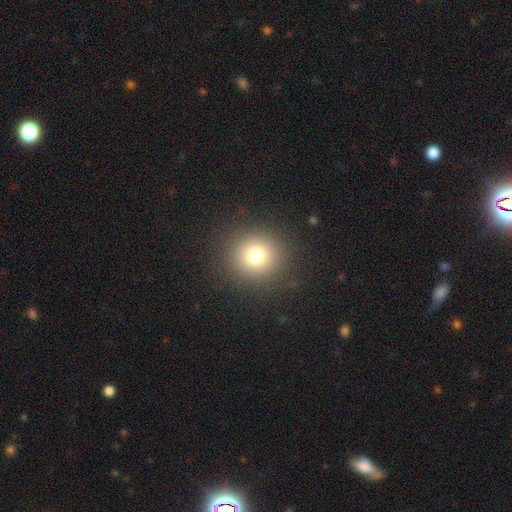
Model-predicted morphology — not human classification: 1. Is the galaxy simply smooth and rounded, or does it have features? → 77% smooth, 15% star or artifact, 9% featured or disk.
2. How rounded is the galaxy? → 92% round, 7% in between, 1% cigar-shaped.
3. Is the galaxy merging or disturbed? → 89% none, 6% minor disturbance, 4% major disturbance, 1% merger.